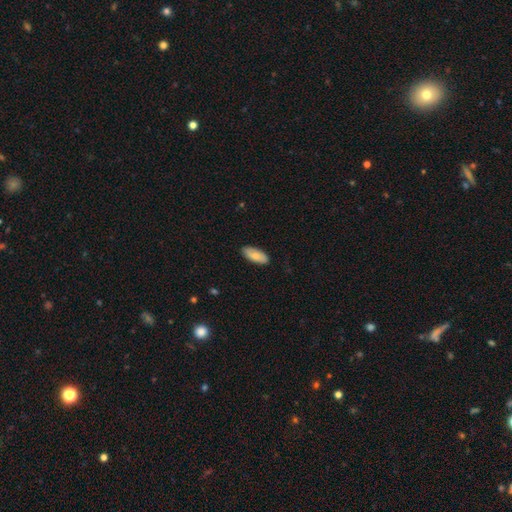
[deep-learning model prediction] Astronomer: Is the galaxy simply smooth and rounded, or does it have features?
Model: smooth — 73%.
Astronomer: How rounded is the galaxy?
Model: in between — 87%.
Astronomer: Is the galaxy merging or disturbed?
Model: none — 87%.